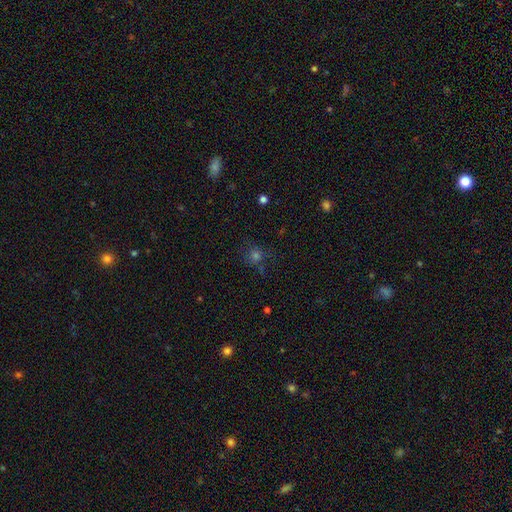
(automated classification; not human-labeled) smooth 53%, star or artifact 35%, featured or disk 12%. Down the decision tree: how rounded — round (87%); merging — none (76%).